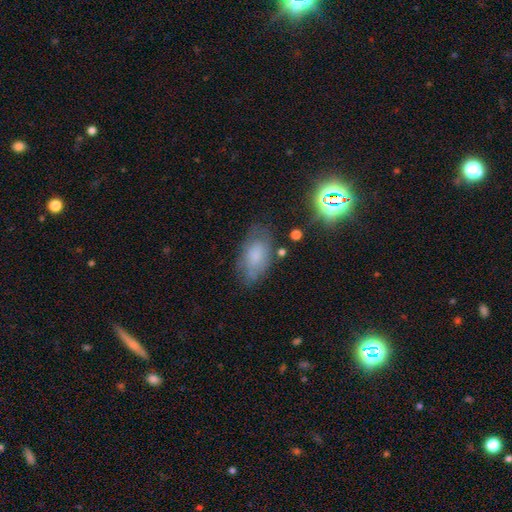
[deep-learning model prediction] This is likely a smooth galaxy (62%). How rounded: clearly in between (92%). Merging: likely none (65%).